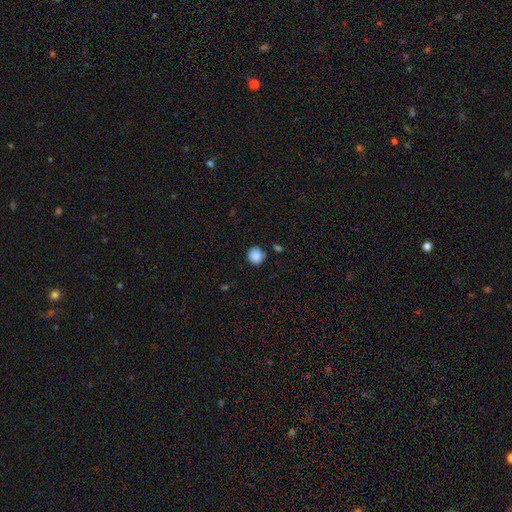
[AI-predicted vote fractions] Morphology: type=smooth (88%); roundness=round (93%); merging=none (85%).